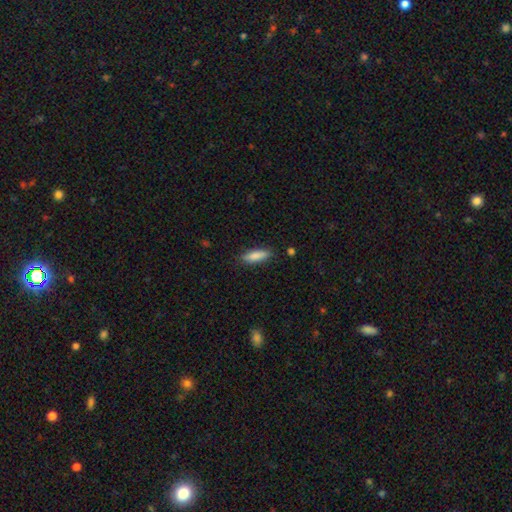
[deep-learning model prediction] Smooth or featured? smooth (84%)
How rounded? cigar-shaped (56%)
Merging? none (84%)